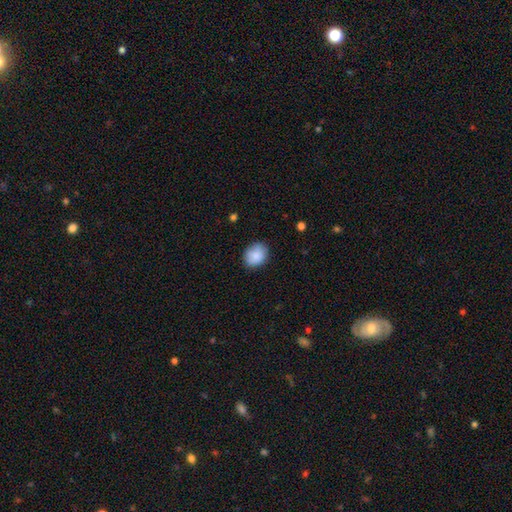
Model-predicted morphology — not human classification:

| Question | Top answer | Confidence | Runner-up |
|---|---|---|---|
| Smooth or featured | smooth | 86% | star or artifact (8%) |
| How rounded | round | 57% | in between (42%) |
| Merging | none | 77% | minor disturbance (18%) |